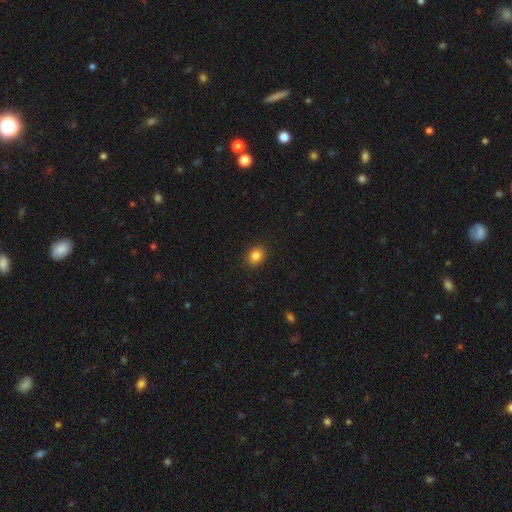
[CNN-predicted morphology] Smooth or featured? Predicted: smooth (p=0.85). How rounded? Predicted: round (p=0.53). Merging? Predicted: none (p=0.90).